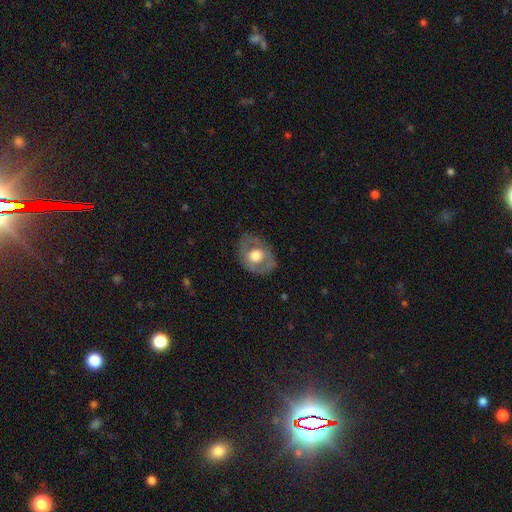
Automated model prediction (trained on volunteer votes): Smooth or featured: featured or disk — 53% (smooth — 41%)
Edge-on disk: no — 93% (yes — 7%)
Merging: none — 75% (minor disturbance — 17%)